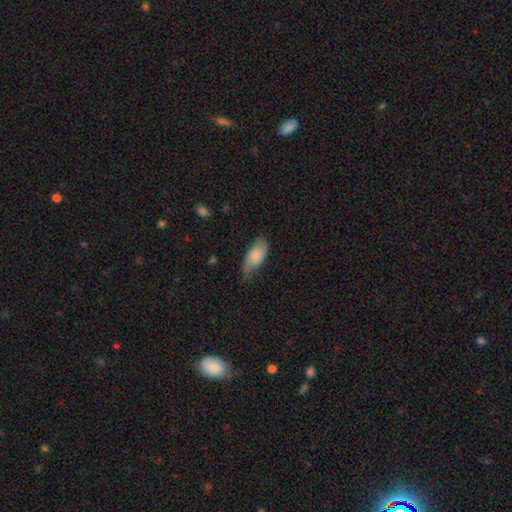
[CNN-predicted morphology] A smooth galaxy with no disk features (75%) that is in between round and cigar-shaped (87%).

Vote fractions:
- Smooth or featured? smooth: 75% / featured or disk: 19% / star or artifact: 6%
- How rounded? in between: 87% / cigar-shaped: 10% / round: 2%
- Merging? none: 56% / minor disturbance: 34% / major disturbance: 8% / merger: 1%